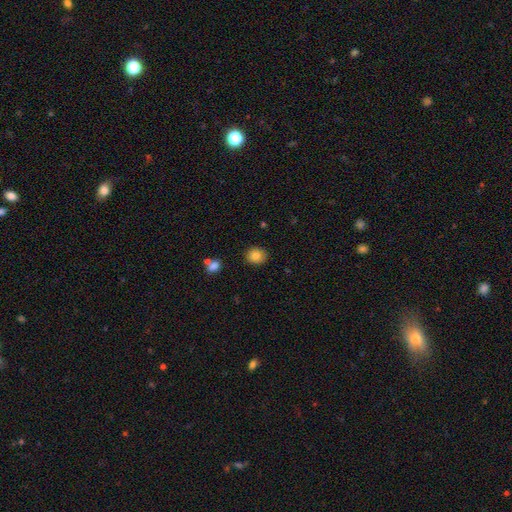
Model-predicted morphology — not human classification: Smooth or featured?
  - smooth: 82% *
  - star or artifact: 9%
  - featured or disk: 9%
How rounded?
  - round: 76% *
  - in between: 23%
  - cigar-shaped: 1%
Merging?
  - none: 86% *
  - minor disturbance: 10%
  - major disturbance: 2%
  - merger: 2%